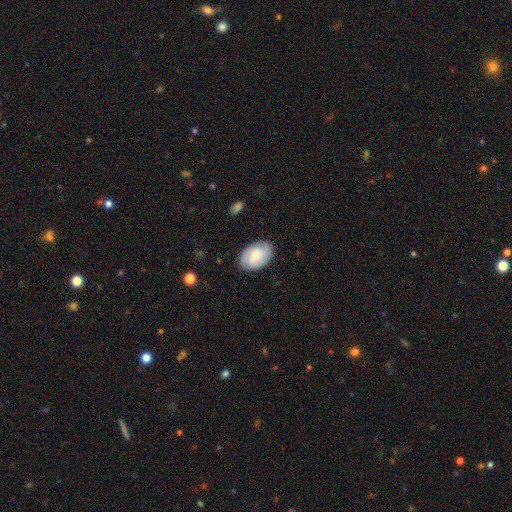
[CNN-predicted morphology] Smooth or featured?
  - smooth: 50% *
  - featured or disk: 44%
  - star or artifact: 7%
Merging?
  - none: 83% *
  - minor disturbance: 13%
  - major disturbance: 3%
  - merger: 1%